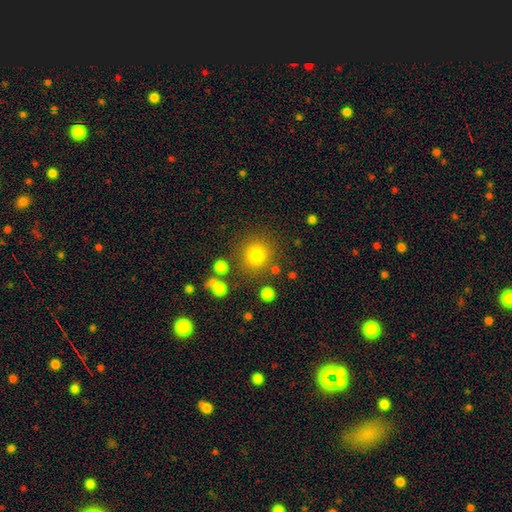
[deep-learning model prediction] smooth 62%, star or artifact 30%, featured or disk 8%. Down the decision tree: how rounded — round (92%); merging — none (84%).